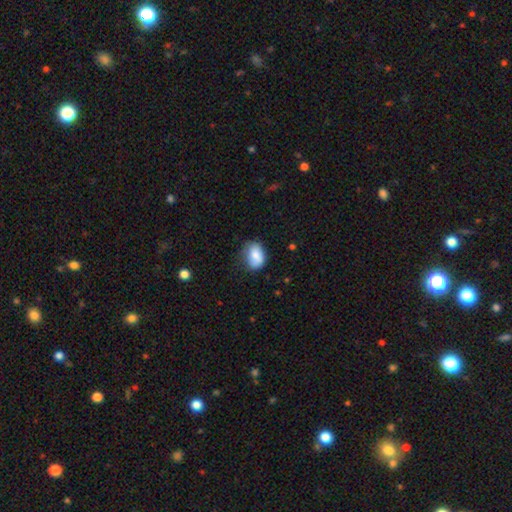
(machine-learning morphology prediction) This is likely a smooth galaxy (77%). How rounded: likely in between (77%). Merging: possibly none (55%).